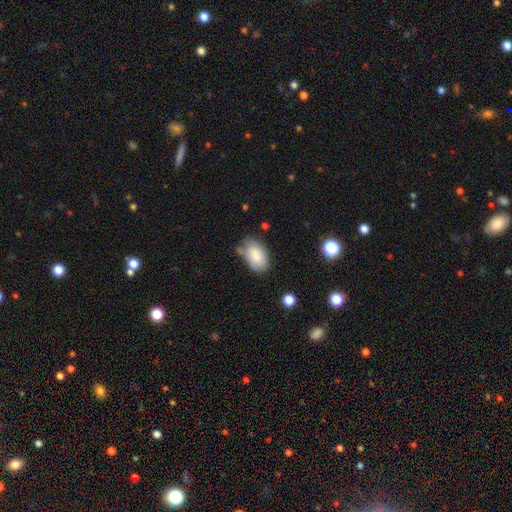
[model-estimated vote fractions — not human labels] Overall: smooth (84%). How rounded: in between (91%). Merging: none (63%; minor disturbance 24%).